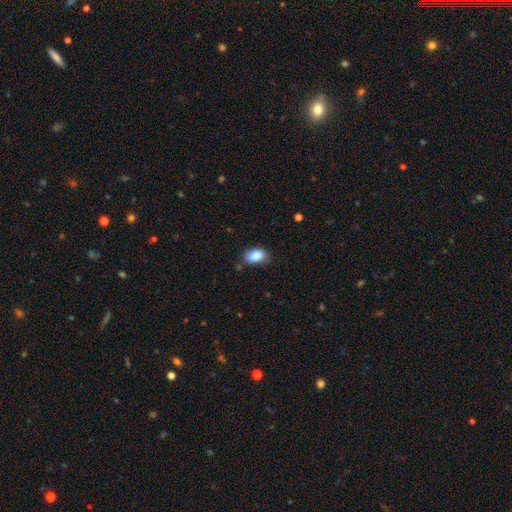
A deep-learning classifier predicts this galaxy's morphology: smooth 87%, star or artifact 8%, featured or disk 5%. Down the decision tree: how rounded — in between (85%); merging — none (76%).